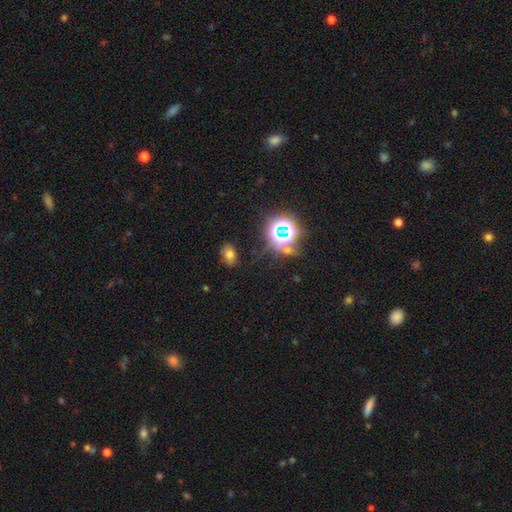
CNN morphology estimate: Smooth or featured? star or artifact (70%)